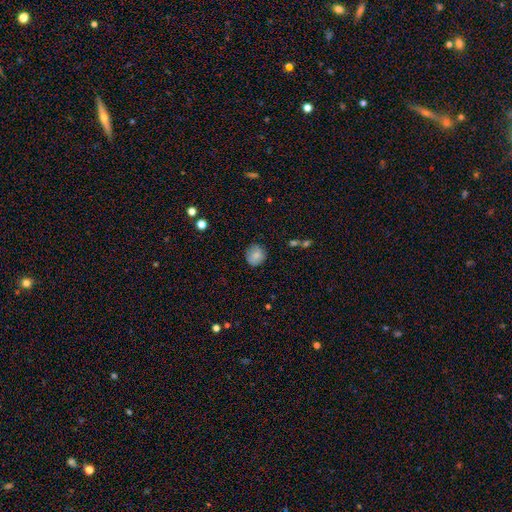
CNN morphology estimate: smooth-or-featured: smooth: 81% | featured or disk: 11% | star or artifact: 8%
  how-rounded: round: 86% | in between: 13% | cigar-shaped: 1%
  merging: none: 82% | minor disturbance: 13% | major disturbance: 3% | merger: 2%